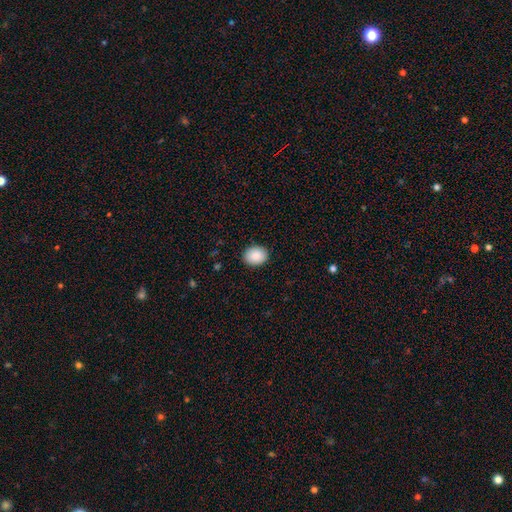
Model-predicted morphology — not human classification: Smooth or featured: smooth — 89% (star or artifact — 7%)
How rounded: round — 50% (in between — 49%)
Merging: none — 90% (minor disturbance — 7%)